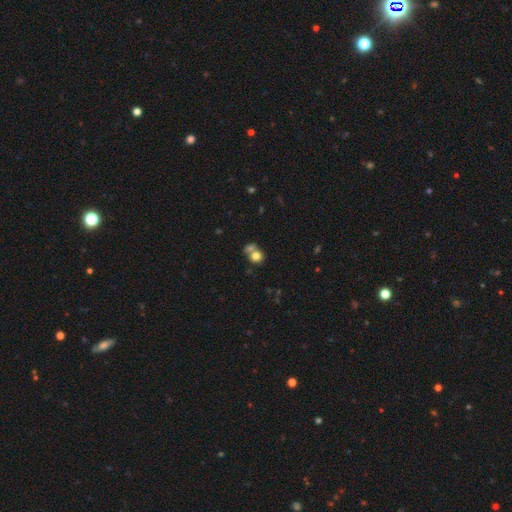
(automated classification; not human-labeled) Morphology: type=smooth (77%); roundness=round (76%); merging=merger (45%).